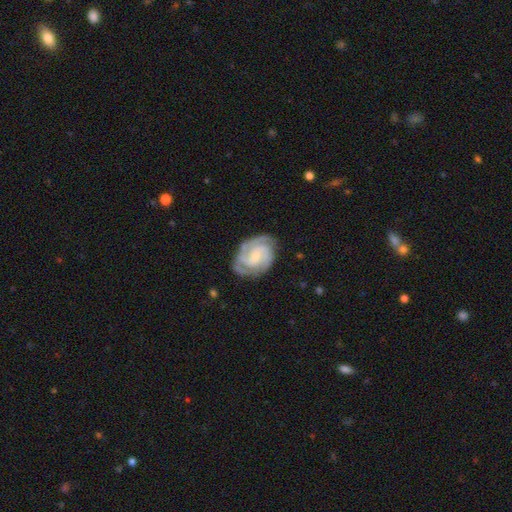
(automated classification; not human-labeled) Overall: featured or disk (88%). Edge-on disk: no (98%). Bar: no (56%; weak 36%). Spiral arms: yes (98%). Spiral arm count: 3 (39%; 2 35%). Spiral winding: tight (60%; medium 35%). Bulge size: small (69%). Merging: none (75%).